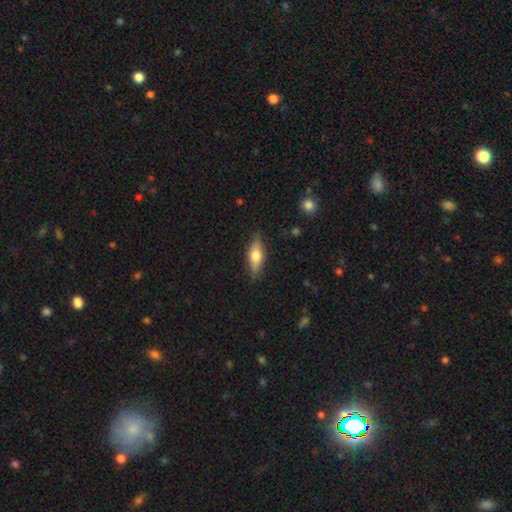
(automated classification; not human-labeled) A smooth galaxy with no disk features (48%). Merging: none (84%).